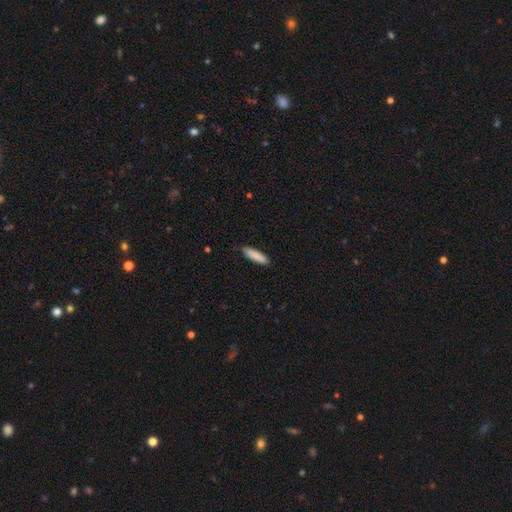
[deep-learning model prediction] Morphology: type=smooth (86%); roundness=cigar-shaped (82%); merging=none (86%).